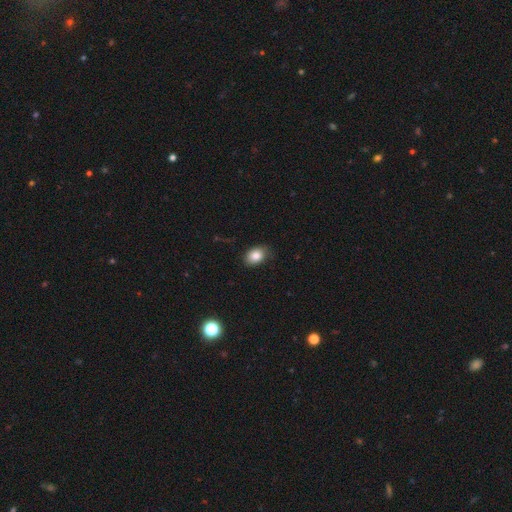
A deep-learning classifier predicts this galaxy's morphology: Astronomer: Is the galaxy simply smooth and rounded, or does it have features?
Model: smooth — 84%.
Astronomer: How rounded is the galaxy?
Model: in between — 75%.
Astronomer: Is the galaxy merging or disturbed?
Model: none — 77%.